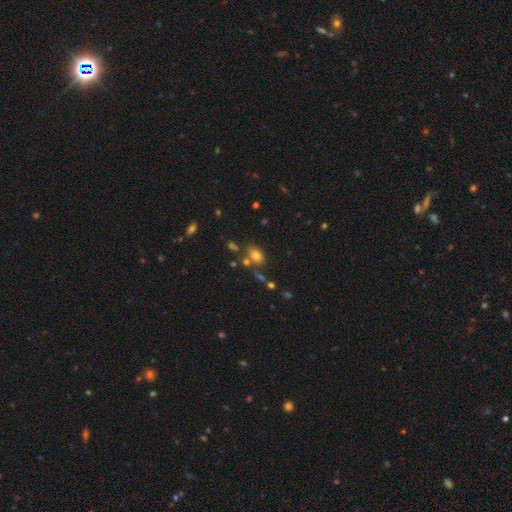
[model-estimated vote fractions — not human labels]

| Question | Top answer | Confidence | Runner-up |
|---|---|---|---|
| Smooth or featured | smooth | 73% | star or artifact (15%) |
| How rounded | in between | 76% | round (22%) |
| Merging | none | 60% | merger (18%) |